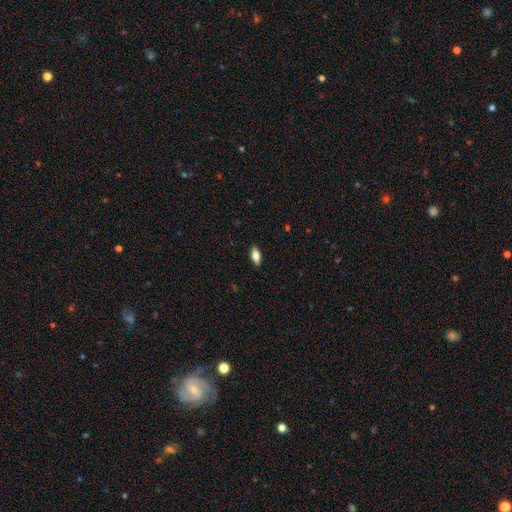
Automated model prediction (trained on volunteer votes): The model was most divided on "smooth or featured": smooth: 75%, featured or disk: 18%, star or artifact: 7%. More confident: merging — none (88%); how rounded — in between (82%).